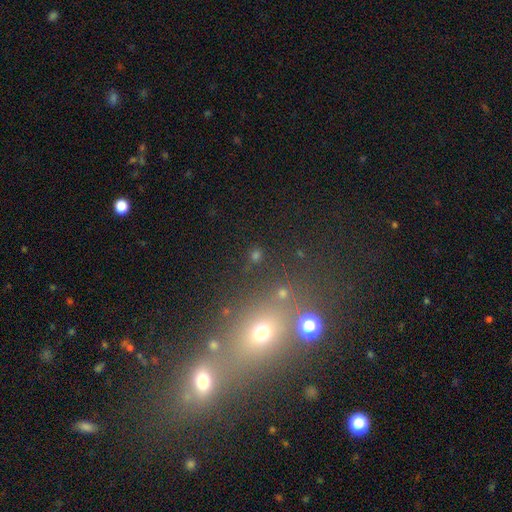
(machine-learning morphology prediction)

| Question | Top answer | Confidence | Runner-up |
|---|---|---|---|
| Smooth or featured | smooth | 49% | star or artifact (38%) |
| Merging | none | 74% | minor disturbance (10%) |